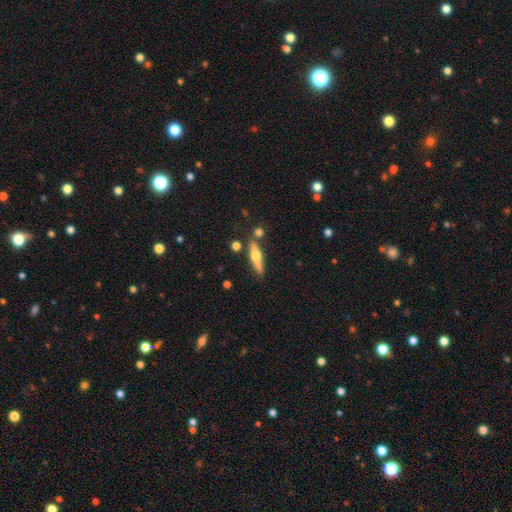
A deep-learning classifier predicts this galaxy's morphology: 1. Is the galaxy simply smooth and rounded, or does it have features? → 56% featured or disk, 38% smooth, 6% star or artifact.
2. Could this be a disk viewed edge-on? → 94% yes, 6% no.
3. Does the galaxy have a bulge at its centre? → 94% rounded, 3% boxy, 3% none.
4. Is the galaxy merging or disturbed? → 79% none, 10% minor disturbance, 8% merger, 3% major disturbance.